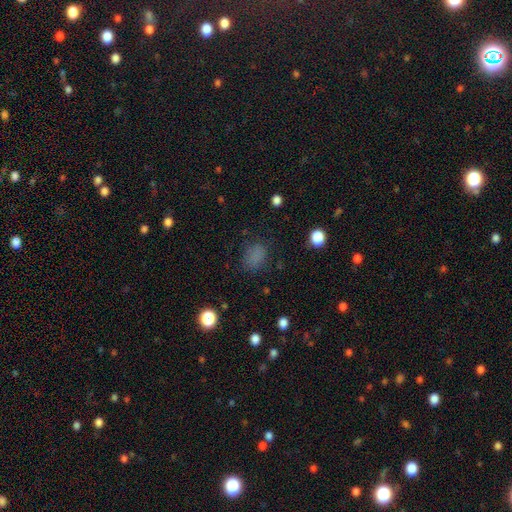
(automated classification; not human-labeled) Q: Smooth or featured?
A: smooth (76%); runner-up: star or artifact (18%)
Q: How rounded?
A: in between (63%); runner-up: round (35%)
Q: Merging?
A: none (75%); runner-up: minor disturbance (16%)